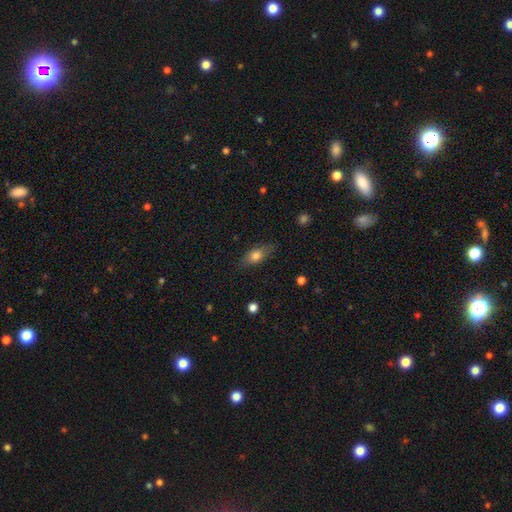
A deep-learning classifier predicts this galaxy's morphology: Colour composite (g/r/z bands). It shows a smooth galaxy with no disk features (73%) that is in between round and cigar-shaped (78%). Merging: none (79%).